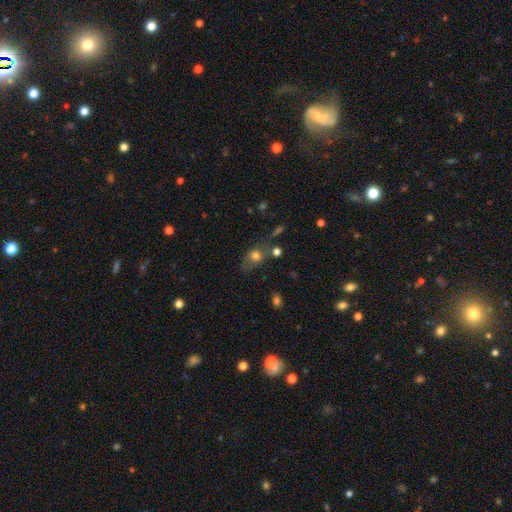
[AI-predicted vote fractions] A smooth galaxy with no disk features (74%) that is in between round and cigar-shaped (55%).

Vote fractions:
- Smooth or featured? smooth: 74% / featured or disk: 15% / star or artifact: 11%
- How rounded? in between: 55% / round: 42% / cigar-shaped: 2%
- Merging? none: 51% / minor disturbance: 23% / major disturbance: 13% / merger: 13%